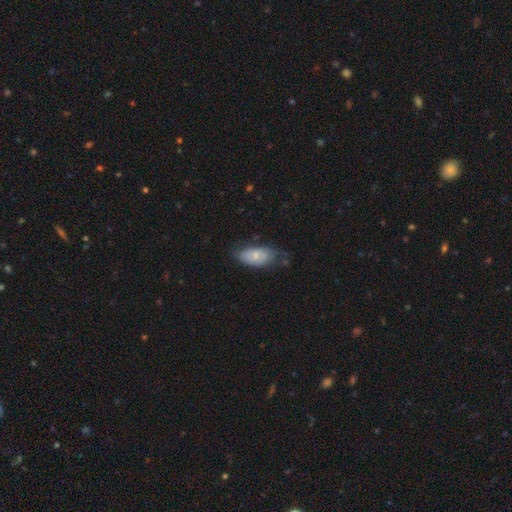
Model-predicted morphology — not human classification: The model was most divided on "merging": none: 51%, minor disturbance: 34%, major disturbance: 12%, merger: 3%. More confident: how rounded — in between (92%); smooth or featured — smooth (63%).